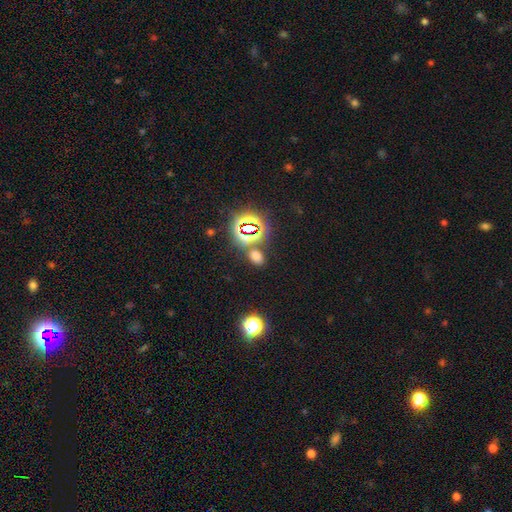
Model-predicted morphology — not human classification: smooth_or_featured: smooth (p=0.57) [alt: star or artifact p=0.37]
how_rounded: in between (p=0.74) [alt: round p=0.24]
merging: none (p=0.76) [alt: merger p=0.10]